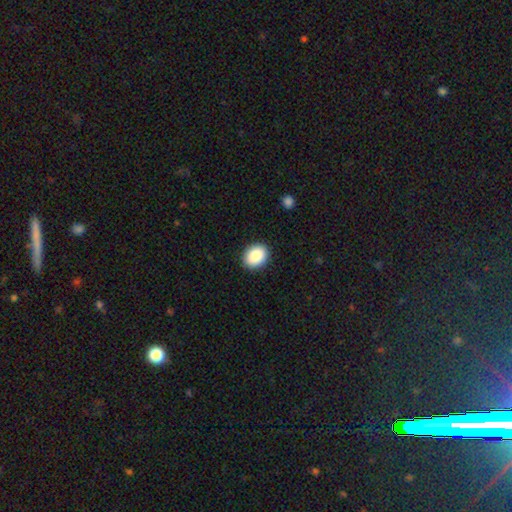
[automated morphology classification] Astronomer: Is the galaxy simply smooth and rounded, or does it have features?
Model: smooth — 89%.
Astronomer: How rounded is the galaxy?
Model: in between — 62% (runner-up: round, 37%).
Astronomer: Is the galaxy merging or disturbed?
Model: none — 90%.